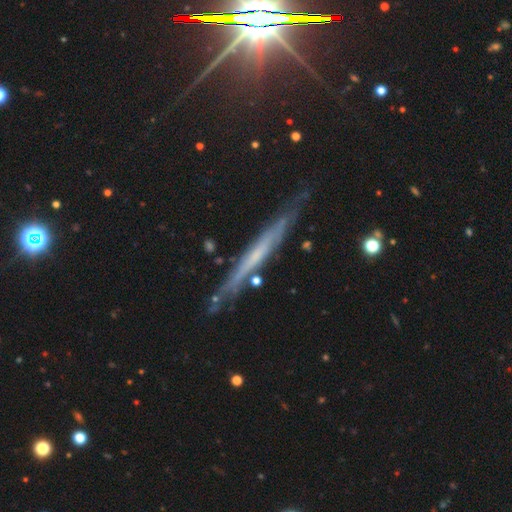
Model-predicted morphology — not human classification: Smooth or featured? featured or disk (65%)
Edge-on disk? yes (91%)
Edge-on bulge? none (76%)
Merging? none (78%)